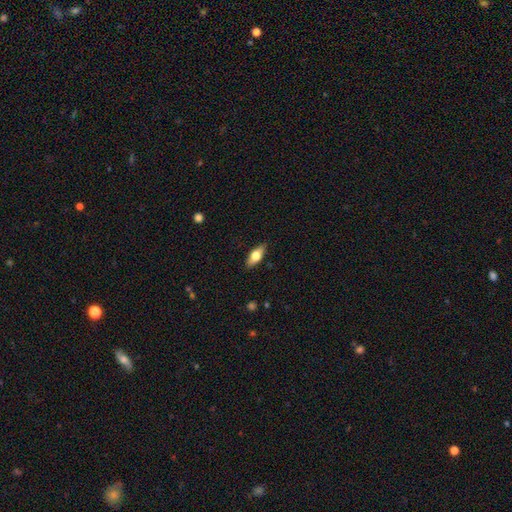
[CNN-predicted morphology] Smooth or featured: smooth — 61% (featured or disk — 33%)
How rounded: in between — 74% (cigar-shaped — 23%)
Merging: none — 87% (minor disturbance — 10%)